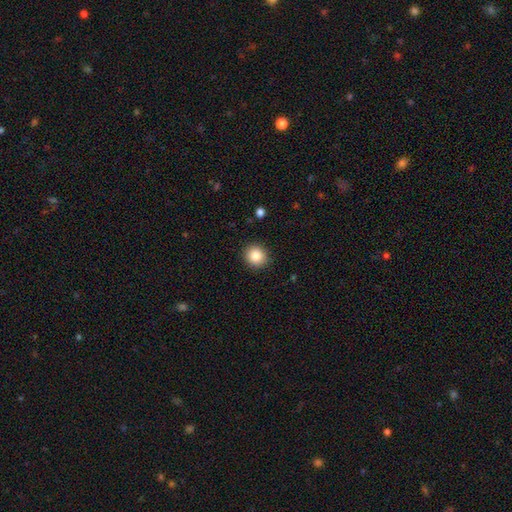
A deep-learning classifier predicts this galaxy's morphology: smooth_or_featured: smooth (p=0.85) [alt: star or artifact p=0.09]
how_rounded: round (p=0.87) [alt: in between p=0.12]
merging: none (p=0.90) [alt: minor disturbance p=0.07]